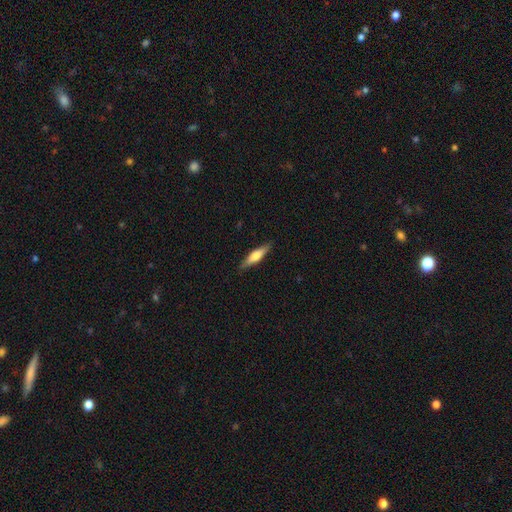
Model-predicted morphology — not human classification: Smooth or featured? smooth (52%)
How rounded? cigar-shaped (79%)
Merging? none (88%)